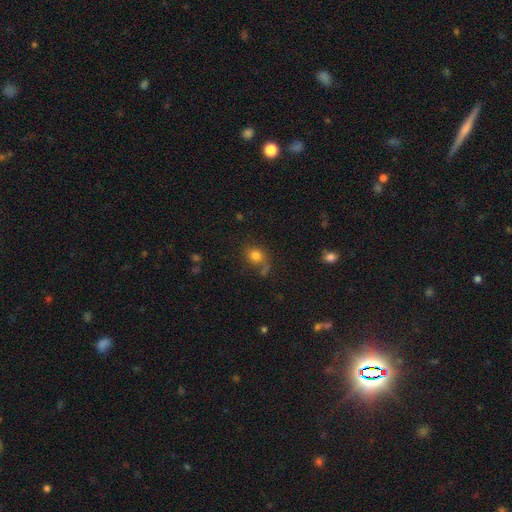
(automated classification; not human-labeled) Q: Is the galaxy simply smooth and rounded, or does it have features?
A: smooth — 79%.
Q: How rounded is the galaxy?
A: round — 70%.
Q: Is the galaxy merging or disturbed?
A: none — 63%.